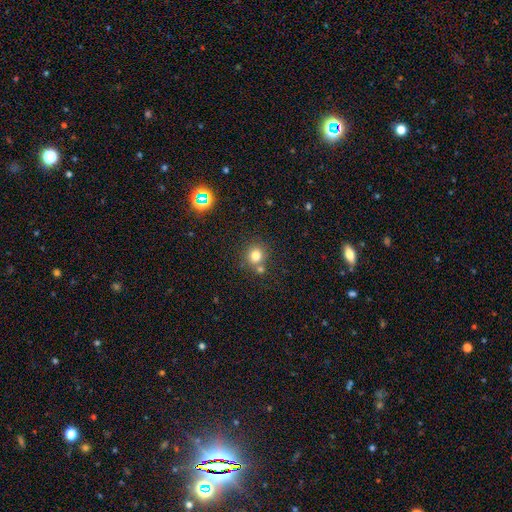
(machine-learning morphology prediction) Q: Smooth or featured?
A: smooth (77%); runner-up: star or artifact (15%)
Q: How rounded?
A: round (87%); runner-up: in between (12%)
Q: Merging?
A: none (67%); runner-up: merger (21%)